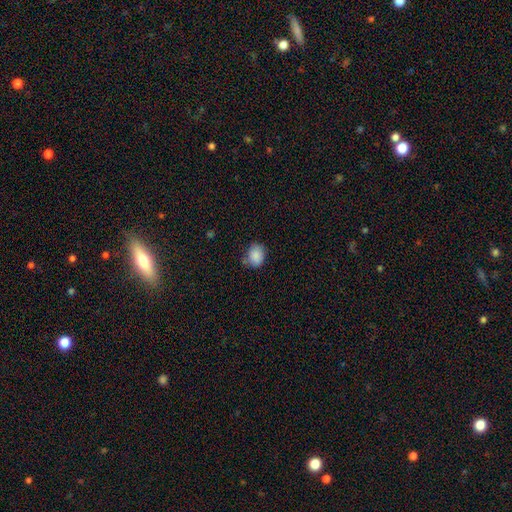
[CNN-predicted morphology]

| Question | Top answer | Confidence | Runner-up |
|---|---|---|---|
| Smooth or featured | smooth | 87% | star or artifact (8%) |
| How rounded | round | 51% | in between (48%) |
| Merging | none | 68% | minor disturbance (24%) |